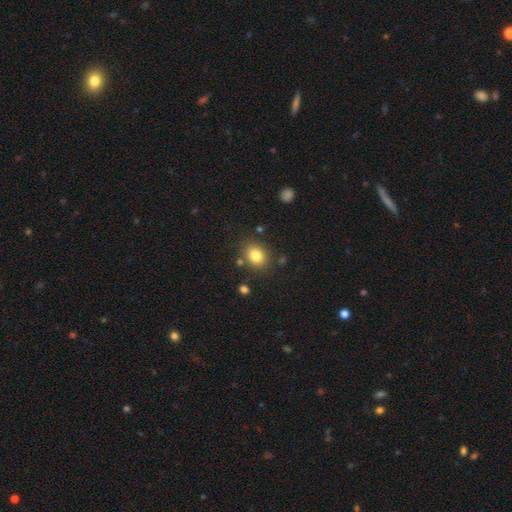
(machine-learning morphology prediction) A smooth galaxy with no disk features (82%) that is round (59%).

Vote fractions:
- Smooth or featured? smooth: 82% / star or artifact: 11% / featured or disk: 7%
- How rounded? round: 59% / in between: 40% / cigar-shaped: 1%
- Merging? none: 82% / minor disturbance: 10% / merger: 5% / major disturbance: 3%